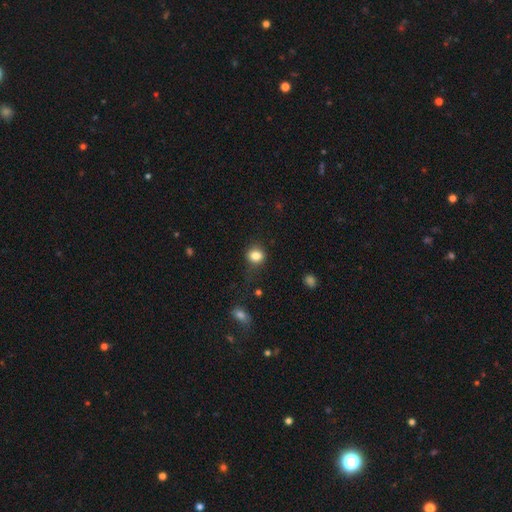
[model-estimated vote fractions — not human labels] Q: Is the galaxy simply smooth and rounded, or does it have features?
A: smooth — 83%.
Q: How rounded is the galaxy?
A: round — 68%.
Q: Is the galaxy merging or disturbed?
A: none — 71%.